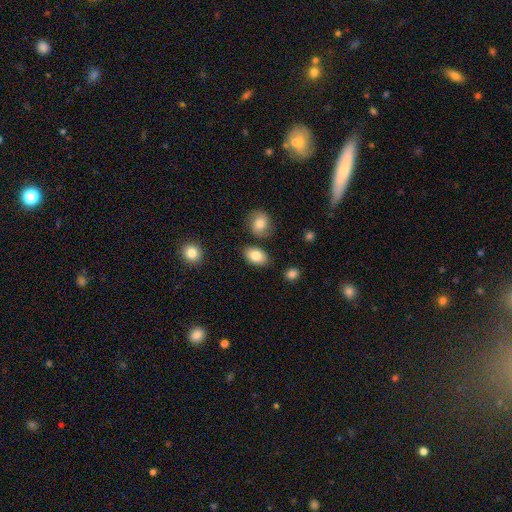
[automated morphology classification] This appears to be a smooth galaxy with no disk features (83%) that is in between round and cigar-shaped (87%). Merging: none (80%).